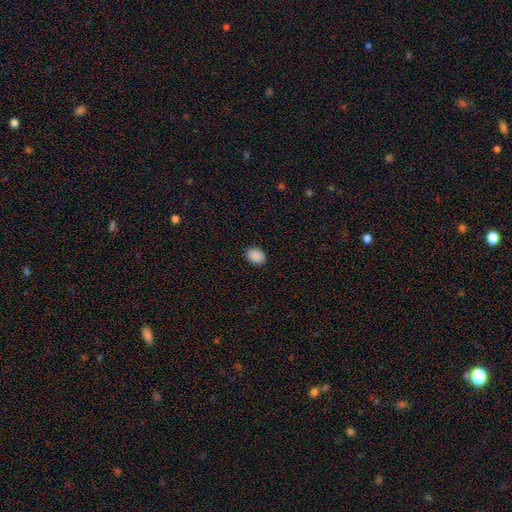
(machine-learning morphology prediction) A smooth galaxy with no disk features (90%) that is in between round and cigar-shaped (65%). Merging: none (91%).